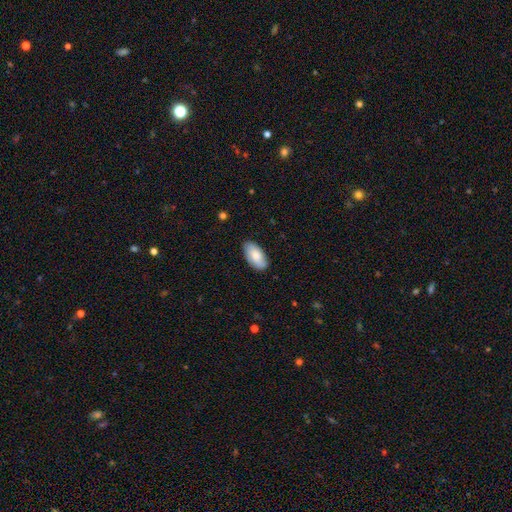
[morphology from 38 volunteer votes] This is likely a smooth galaxy (63%). How rounded: clearly in between (88%). Merging: clearly none (83%).